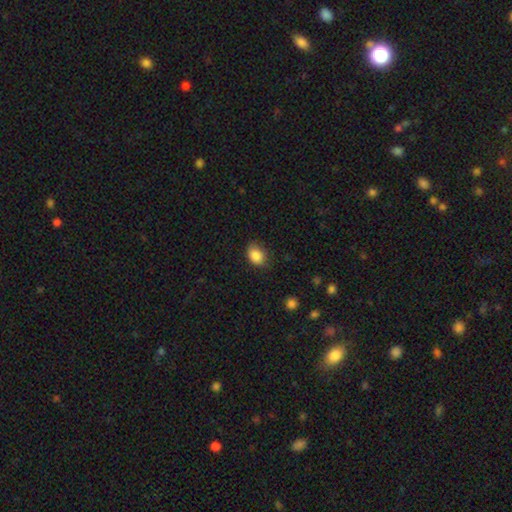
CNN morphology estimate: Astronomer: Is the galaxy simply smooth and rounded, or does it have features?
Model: smooth — 86%.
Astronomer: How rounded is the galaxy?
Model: in between — 60% (runner-up: round, 39%).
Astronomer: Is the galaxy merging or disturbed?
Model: none — 73%.